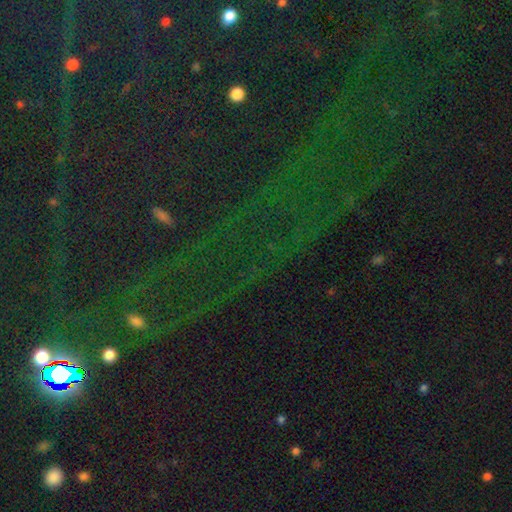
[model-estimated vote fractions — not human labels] Smooth or featured?
  - star or artifact: 81% *
  - smooth: 10%
  - featured or disk: 8%